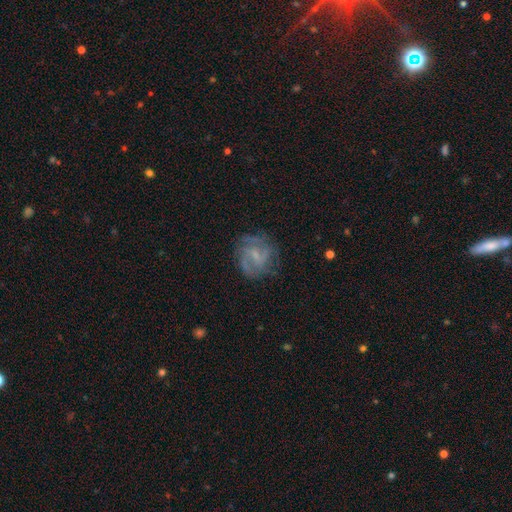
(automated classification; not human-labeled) Smooth or featured? Predicted: featured or disk (p=0.71). Edge-on disk? Predicted: no (p=0.98). Bar? Predicted: weak (p=0.50). Spiral arms? Predicted: yes (p=0.85). Spiral winding? Predicted: medium (p=0.46). Spiral arm count? Predicted: 2 (p=0.34). Bulge size? Predicted: small (p=0.56). Merging? Predicted: none (p=0.68).